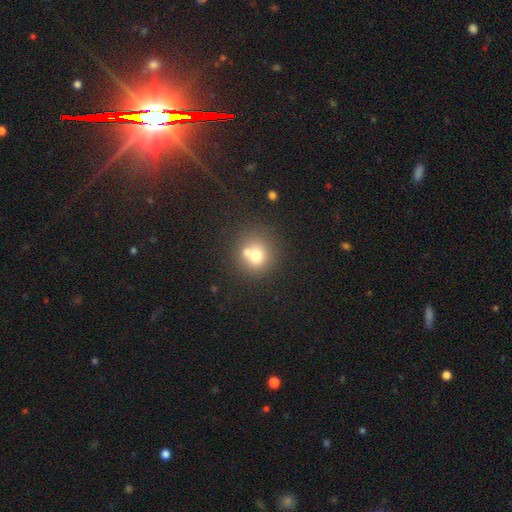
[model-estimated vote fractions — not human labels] smooth 69%, featured or disk 18%, star or artifact 14%. Down the decision tree: how rounded — round (88%); merging — none (52%).